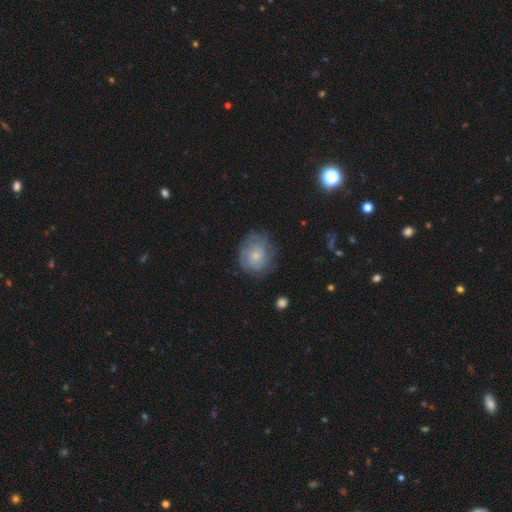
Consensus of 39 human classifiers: A featured or disk galaxy (56%) with no bar (86%), tight (53%) spiral arms (77%) and a small central bulge (59%).

Vote fractions:
- Smooth or featured? featured or disk: 56% / smooth: 33% / star or artifact: 10%
- Edge-on disk? no: 100% / yes: 0%
- Bar? no: 86% / weak: 14% / strong: 0%
- Spiral arms? yes: 77% / no: 23%
- Spiral winding? tight: 53% / medium: 41% / loose: 6%
- Spiral arm count? can't tell: 35% / 3: 29% / more than 4: 18% / 4: 12% / 2: 6% / 1: 0%
- Bulge size? small: 59% / moderate: 41% / dominant: 0% / large: 0% / none: 0%
- Merging? none: 74% / minor disturbance: 17% / major disturbance: 9% / merger: 0%